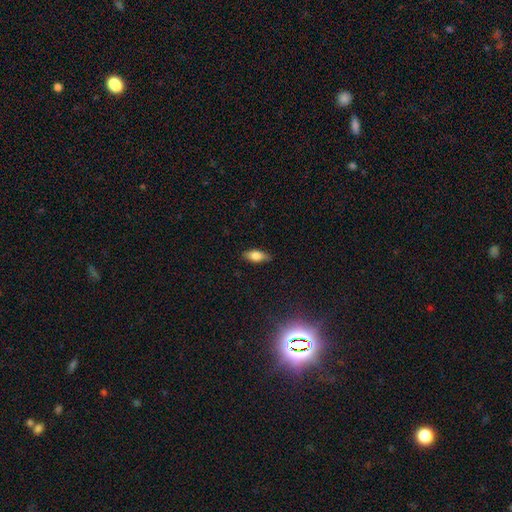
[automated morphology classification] The model was most divided on "smooth or featured": smooth: 72%, featured or disk: 20%, star or artifact: 8%. More confident: merging — none (83%); how rounded — in between (79%).